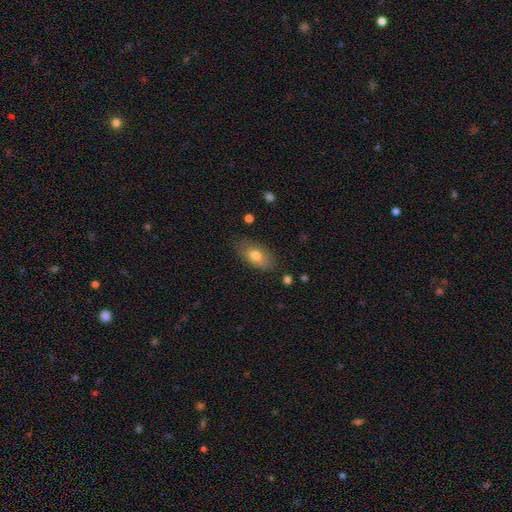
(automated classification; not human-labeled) smooth 74%, featured or disk 18%, star or artifact 8%. Down the decision tree: how rounded — in between (90%); merging — none (76%).